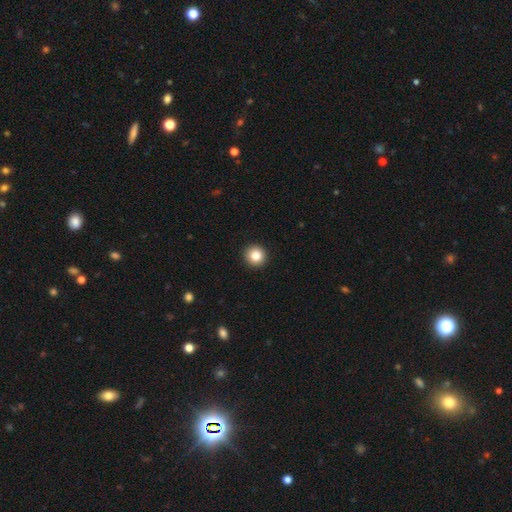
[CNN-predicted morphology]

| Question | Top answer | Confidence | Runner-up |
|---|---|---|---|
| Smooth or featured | smooth | 84% | star or artifact (10%) |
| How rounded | round | 94% | in between (5%) |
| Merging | none | 93% | minor disturbance (4%) |